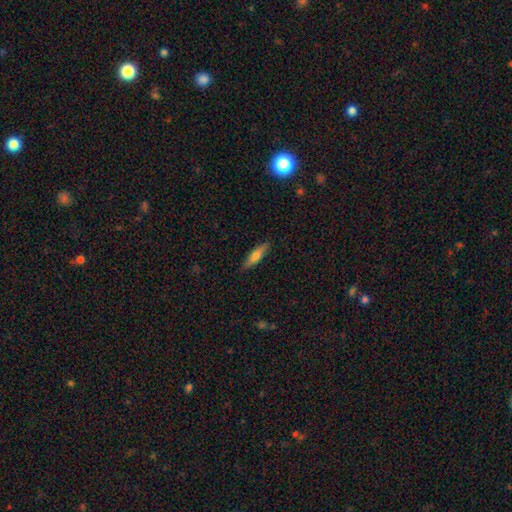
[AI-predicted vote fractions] smooth-or-featured: smooth: 61% | featured or disk: 32% | star or artifact: 6%
  how-rounded: cigar-shaped: 73% | in between: 25% | round: 2%
  merging: none: 88% | minor disturbance: 9% | major disturbance: 2% | merger: 1%